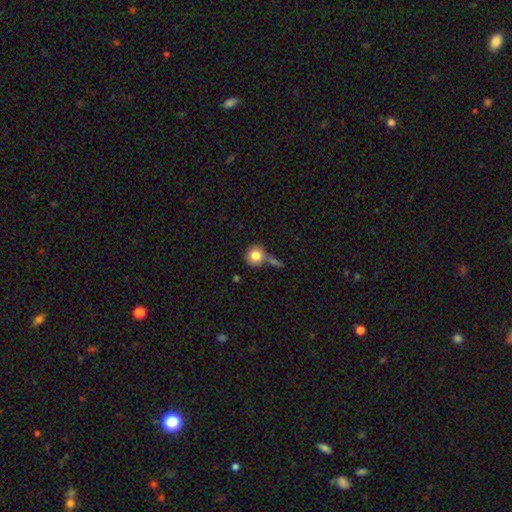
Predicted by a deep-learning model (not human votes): Smooth or featured?
  - smooth: 82% *
  - featured or disk: 9%
  - star or artifact: 9%
How rounded?
  - round: 91% *
  - in between: 8%
  - cigar-shaped: 1%
Merging?
  - none: 59% *
  - merger: 22%
  - minor disturbance: 13%
  - major disturbance: 6%